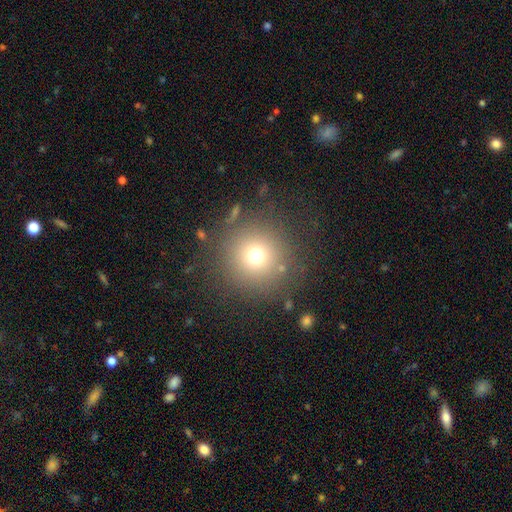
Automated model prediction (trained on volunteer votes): The model was most divided on "smooth or featured": smooth: 71%, star or artifact: 18%, featured or disk: 10%. More confident: how rounded — round (95%); merging — none (84%).